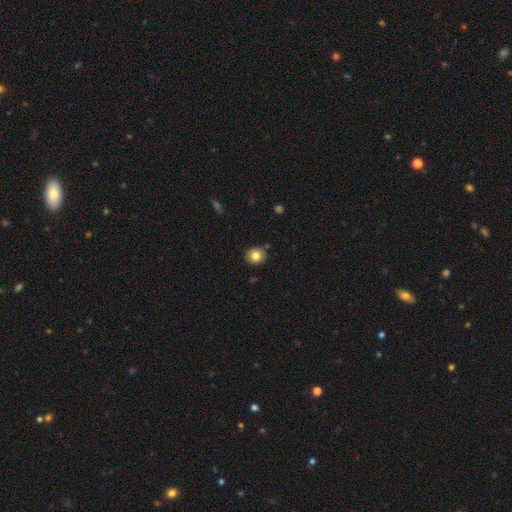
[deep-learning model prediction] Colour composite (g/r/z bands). It shows a smooth galaxy with no disk features (81%) that is round (79%). Merging: none (84%).